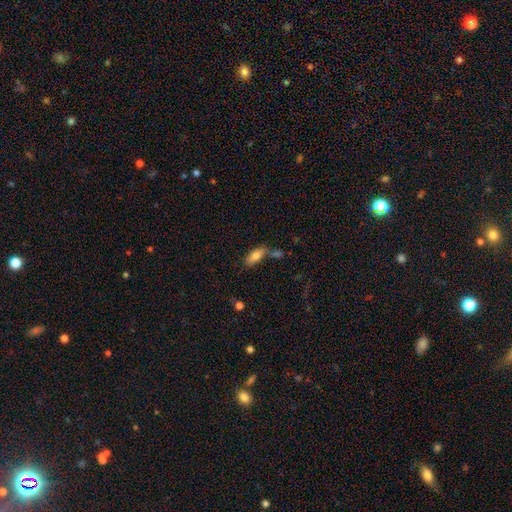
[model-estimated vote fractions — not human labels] Smooth or featured: smooth — 77% (featured or disk — 15%)
How rounded: in between — 76% (cigar-shaped — 21%)
Merging: none — 54% (merger — 23%)